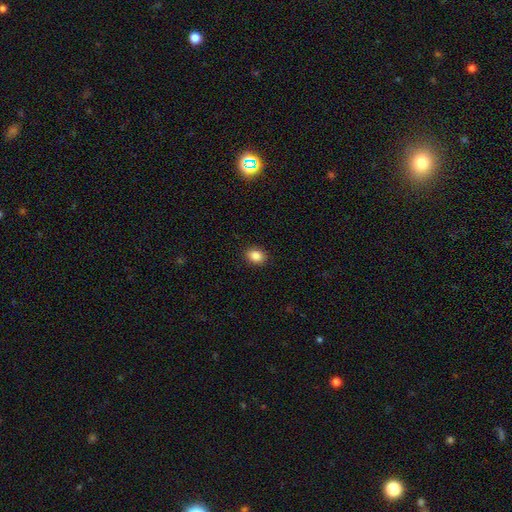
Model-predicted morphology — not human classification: A smooth galaxy with no disk features (87%) that is in between round and cigar-shaped (63%).

Vote fractions:
- Smooth or featured? smooth: 87% / star or artifact: 9% / featured or disk: 4%
- How rounded? in between: 63% / round: 36% / cigar-shaped: 1%
- Merging? none: 90% / minor disturbance: 7% / major disturbance: 2% / merger: 1%